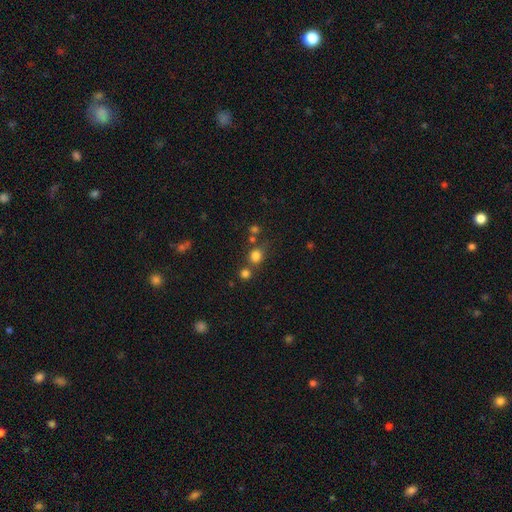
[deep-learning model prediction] Smooth or featured?
  - smooth: 78% *
  - star or artifact: 16%
  - featured or disk: 7%
How rounded?
  - round: 77% *
  - in between: 22%
  - cigar-shaped: 1%
Merging?
  - none: 61% *
  - merger: 22%
  - minor disturbance: 11%
  - major disturbance: 5%